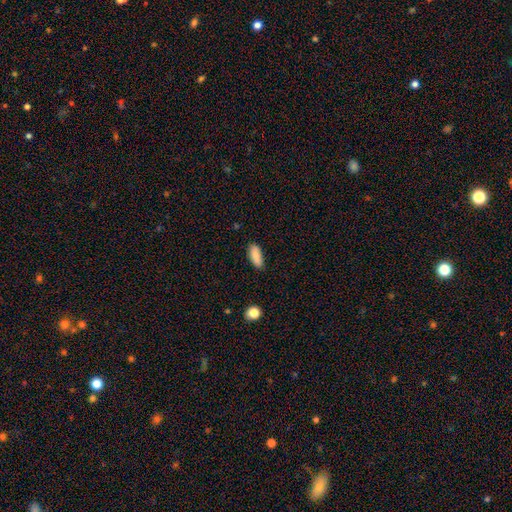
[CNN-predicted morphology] Overall: smooth (88%). How rounded: in between (74%). Merging: none (84%).